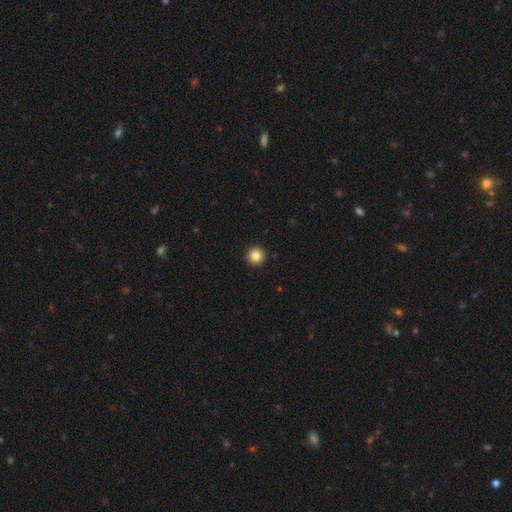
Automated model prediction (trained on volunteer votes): A smooth galaxy with no disk features (84%) that is round (96%).

Vote fractions:
- Smooth or featured? smooth: 84% / star or artifact: 10% / featured or disk: 6%
- How rounded? round: 96% / in between: 3% / cigar-shaped: 1%
- Merging? none: 94% / minor disturbance: 4% / major disturbance: 1% / merger: 1%